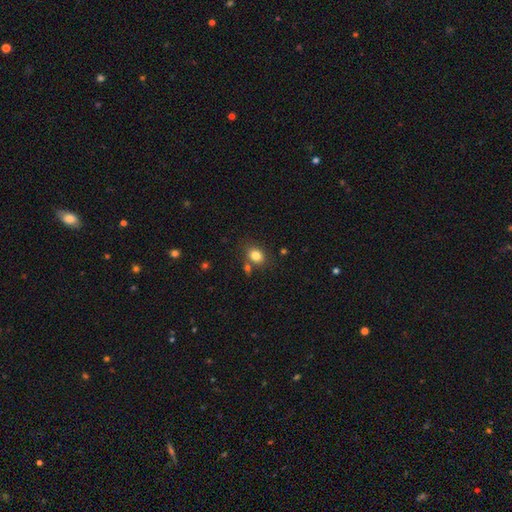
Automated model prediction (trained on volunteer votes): Smooth or featured? Predicted: smooth (p=0.82). How rounded? Predicted: round (p=0.50). Merging? Predicted: none (p=0.70).